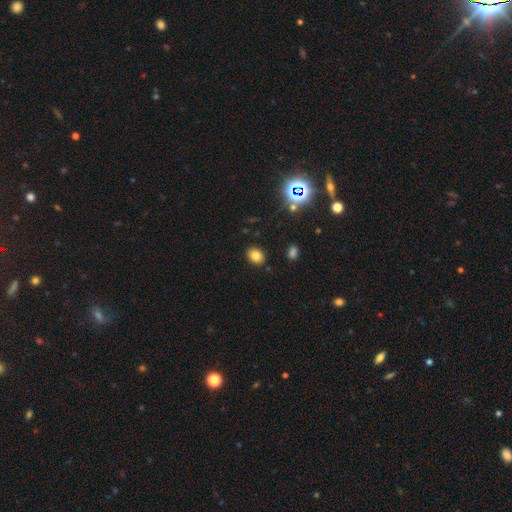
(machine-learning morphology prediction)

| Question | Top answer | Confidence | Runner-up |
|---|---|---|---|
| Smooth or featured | smooth | 78% | star or artifact (14%) |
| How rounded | in between | 59% | round (40%) |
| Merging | none | 88% | minor disturbance (8%) |